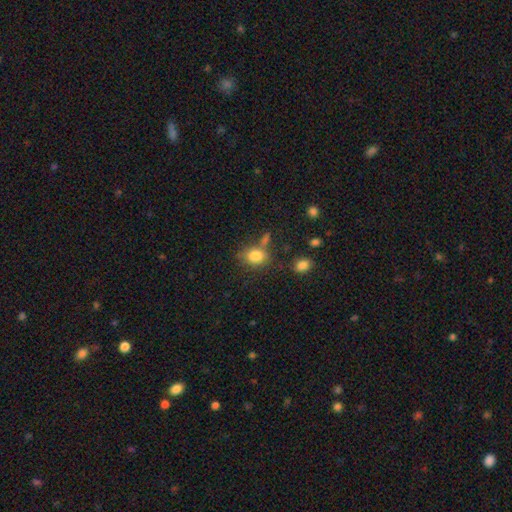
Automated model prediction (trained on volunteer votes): Q: Smooth or featured?
A: smooth (82%); runner-up: star or artifact (11%)
Q: How rounded?
A: round (50%); runner-up: in between (49%)
Q: Merging?
A: none (63%); runner-up: minor disturbance (17%)